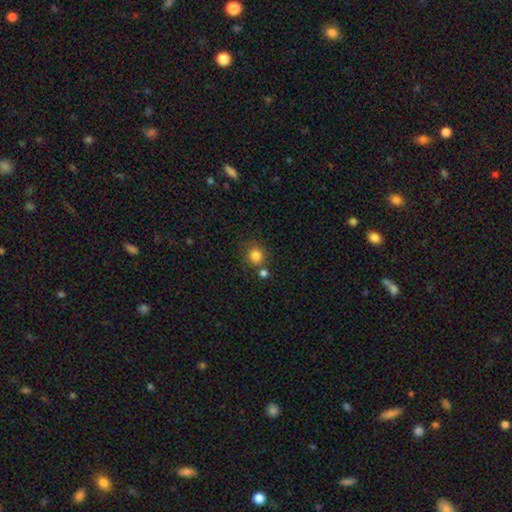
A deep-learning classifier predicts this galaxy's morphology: Overall: smooth (83%). How rounded: round (86%). Merging: none (71%).